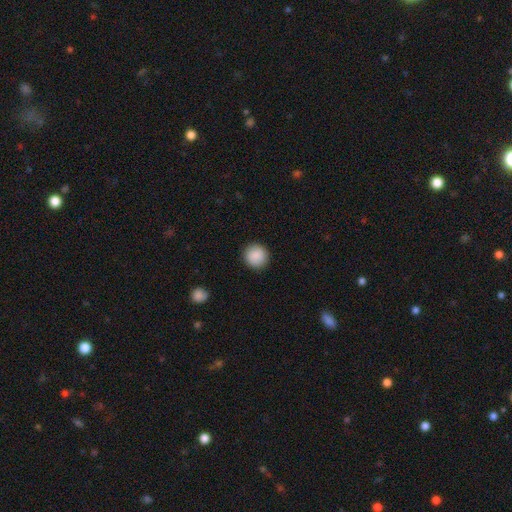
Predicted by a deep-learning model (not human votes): smooth-or-featured: smooth: 89% | star or artifact: 7% | featured or disk: 3%
  how-rounded: round: 94% | in between: 5% | cigar-shaped: 1%
  merging: none: 91% | minor disturbance: 6% | major disturbance: 2% | merger: 1%